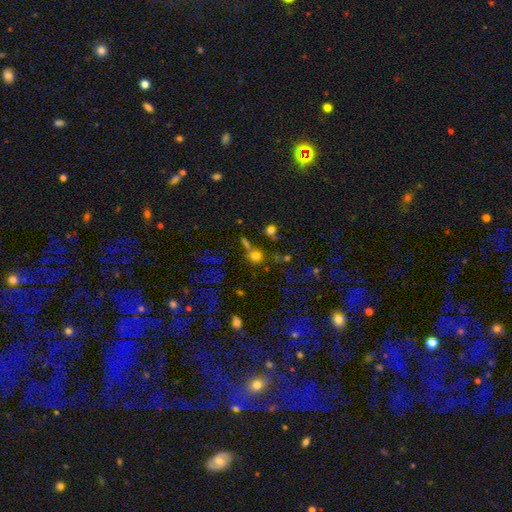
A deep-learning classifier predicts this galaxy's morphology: smooth 55%, star or artifact 31%, featured or disk 14%. Down the decision tree: how rounded — round (79%); merging — none (60%).